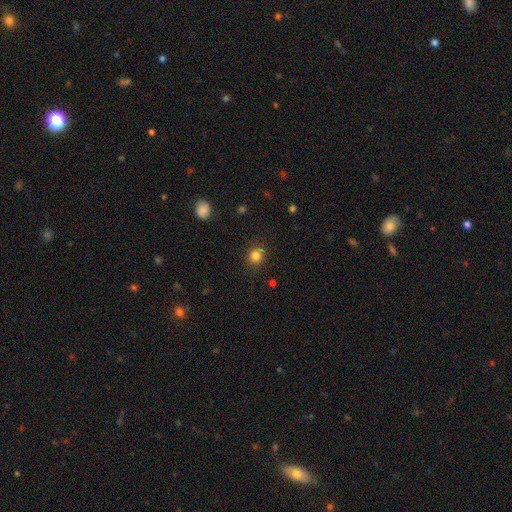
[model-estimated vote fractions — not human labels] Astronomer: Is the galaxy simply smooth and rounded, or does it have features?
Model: smooth — 83%.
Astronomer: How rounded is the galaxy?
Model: round — 81%.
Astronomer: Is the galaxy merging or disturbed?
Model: none — 88%.